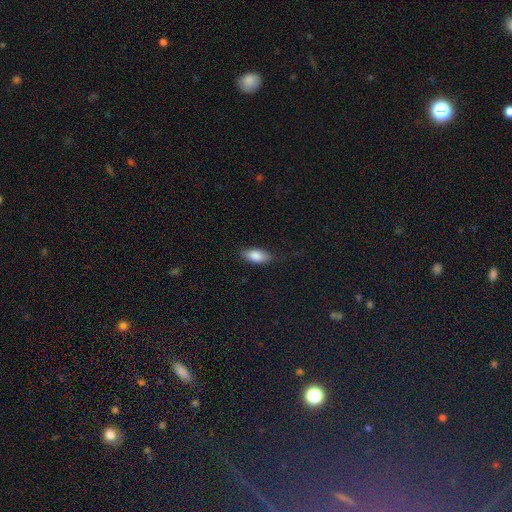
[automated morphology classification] A smooth galaxy with no disk features (85%) that is in between round and cigar-shaped (86%).

Vote fractions:
- Smooth or featured? smooth: 85% / featured or disk: 8% / star or artifact: 7%
- How rounded? in between: 86% / cigar-shaped: 11% / round: 3%
- Merging? none: 81% / minor disturbance: 14% / major disturbance: 4% / merger: 1%